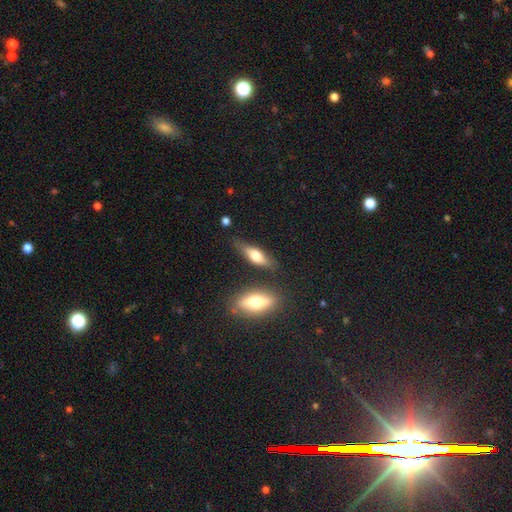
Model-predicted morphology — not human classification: Smooth or featured: smooth — 59% (featured or disk — 34%)
How rounded: in between — 52% (cigar-shaped — 44%)
Merging: none — 68% (minor disturbance — 18%)